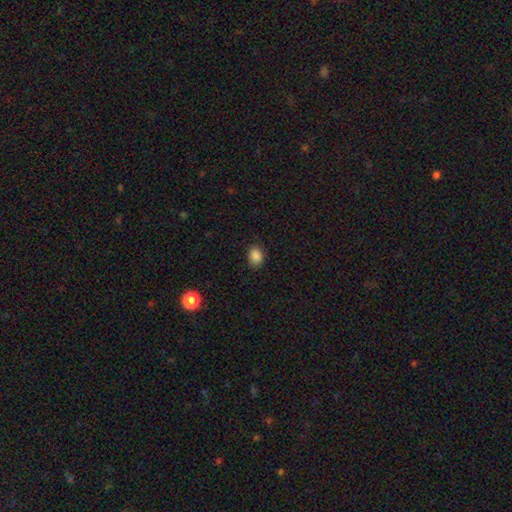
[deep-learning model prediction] smooth-or-featured: smooth: 87% | star or artifact: 10% | featured or disk: 3%
  how-rounded: in between: 63% | round: 36% | cigar-shaped: 1%
  merging: none: 85% | minor disturbance: 12% | major disturbance: 3% | merger: 1%